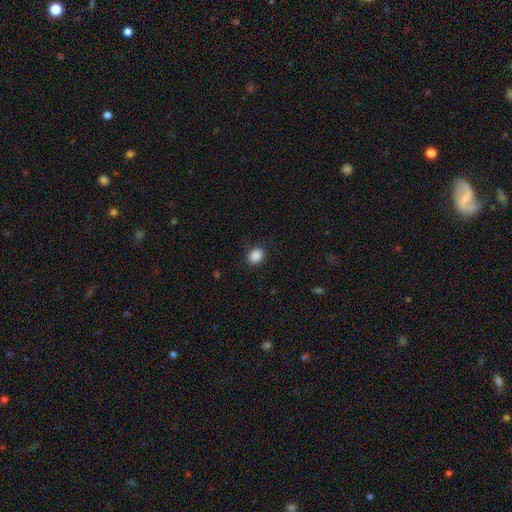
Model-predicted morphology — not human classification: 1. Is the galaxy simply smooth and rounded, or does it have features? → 88% smooth, 9% star or artifact, 3% featured or disk.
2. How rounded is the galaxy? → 67% round, 32% in between, 1% cigar-shaped.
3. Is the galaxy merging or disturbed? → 85% none, 11% minor disturbance, 3% major disturbance, 1% merger.